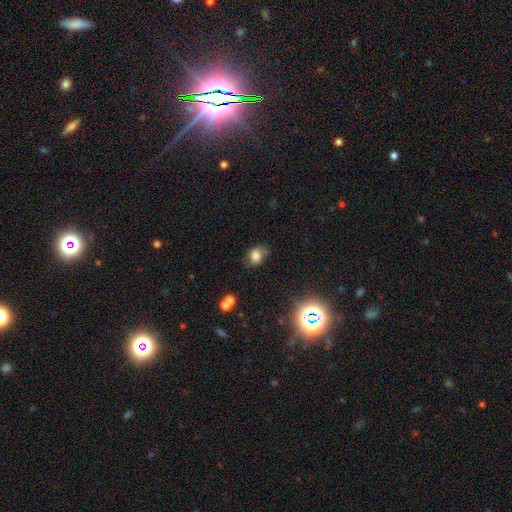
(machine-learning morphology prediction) type=smooth (68%); roundness=in between (63%); merging=none (61%).